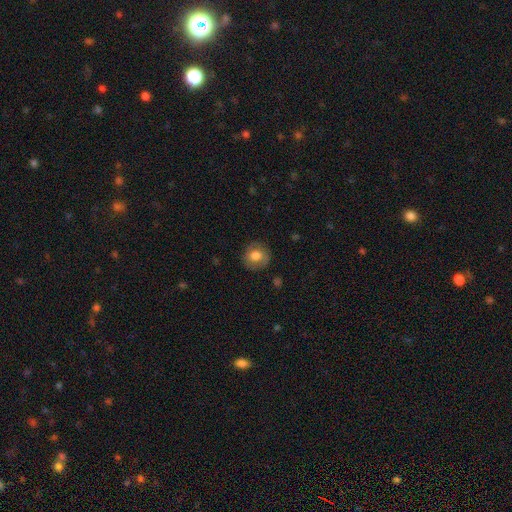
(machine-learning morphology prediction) This appears to be a smooth galaxy with no disk features (72%) that is round (85%). Merging: none (83%).